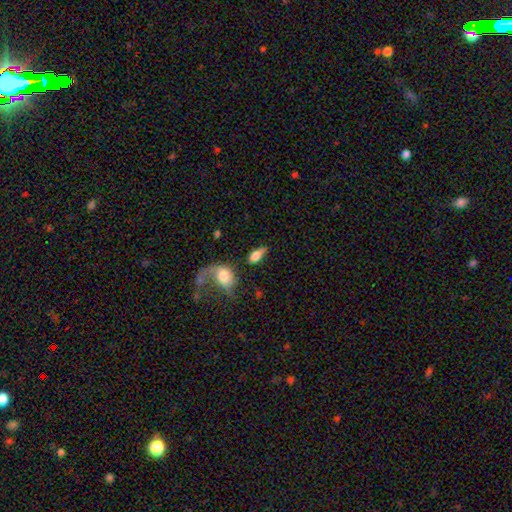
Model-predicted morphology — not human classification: type=smooth (68%); roundness=in between (76%); merging=none (41%).